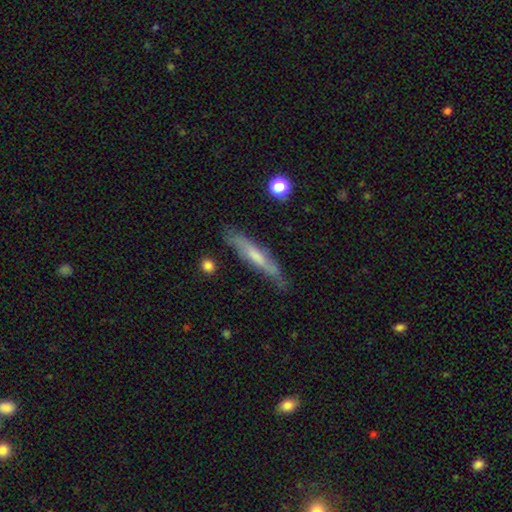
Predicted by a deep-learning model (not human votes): Q: Smooth or featured?
A: smooth (47%); tied with: featured or disk (47%)
Q: Merging?
A: none (73%); runner-up: minor disturbance (20%)